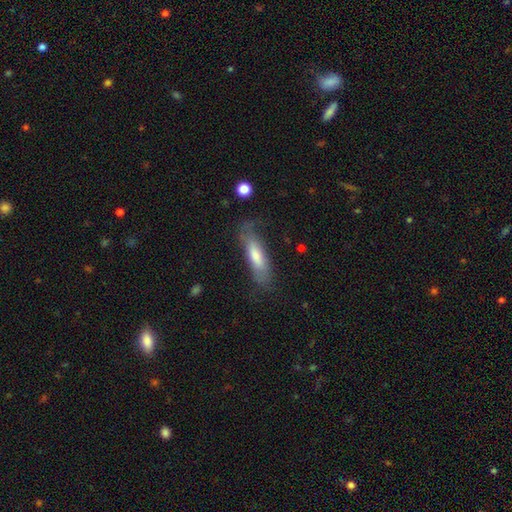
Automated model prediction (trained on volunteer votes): Smooth or featured? Predicted: smooth (p=0.48). Merging? Predicted: none (p=0.70).